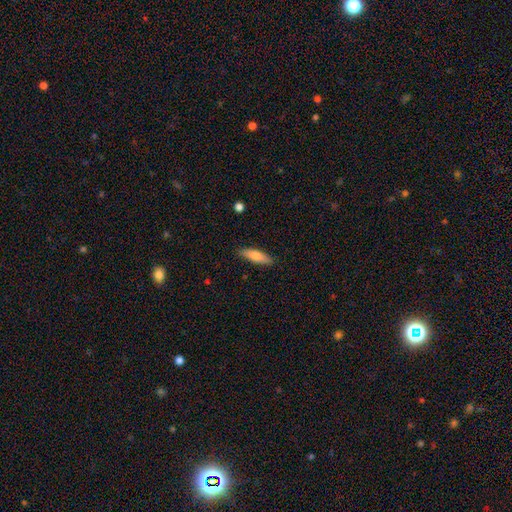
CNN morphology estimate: smooth_or_featured: smooth (p=0.75) [alt: featured or disk p=0.19]
how_rounded: cigar-shaped (p=0.59) [alt: in between p=0.39]
merging: none (p=0.87) [alt: minor disturbance p=0.10]